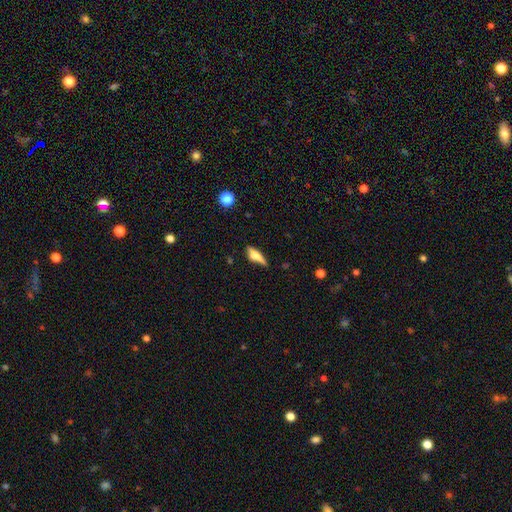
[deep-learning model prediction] A smooth galaxy with no disk features (59%) that is cigar-shaped (55%). Merging: none (57%).